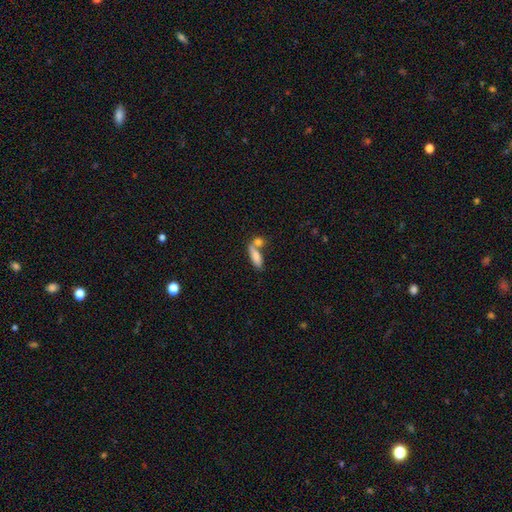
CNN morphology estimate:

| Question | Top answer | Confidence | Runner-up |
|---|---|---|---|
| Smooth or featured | smooth | 80% | featured or disk (12%) |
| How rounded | in between | 60% | cigar-shaped (37%) |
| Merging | merger | 43% | none (42%) |